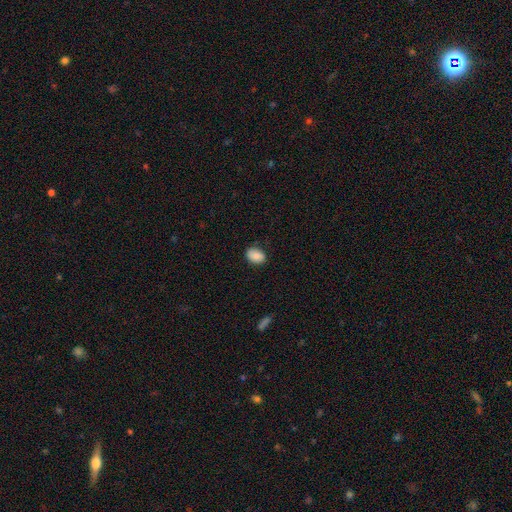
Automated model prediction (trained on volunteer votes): Smooth or featured: smooth — 84% (featured or disk — 8%)
How rounded: in between — 73% (round — 26%)
Merging: none — 79% (minor disturbance — 17%)